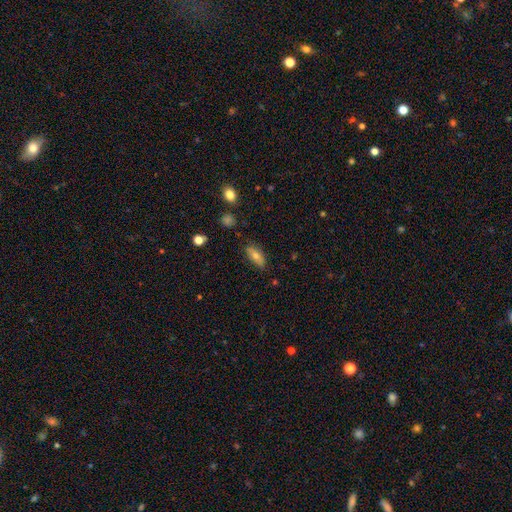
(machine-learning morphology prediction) This is likely a smooth galaxy (65%). How rounded: likely in between (66%). Merging: clearly none (83%).